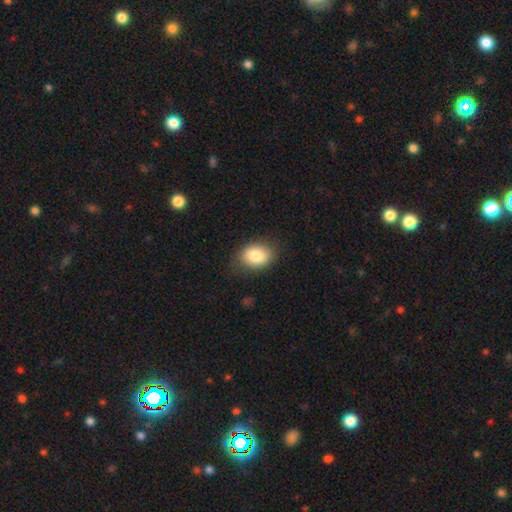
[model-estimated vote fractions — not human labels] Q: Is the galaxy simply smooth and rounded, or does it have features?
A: smooth — 83%.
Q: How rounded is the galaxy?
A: in between — 71%.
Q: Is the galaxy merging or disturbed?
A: none — 80%.